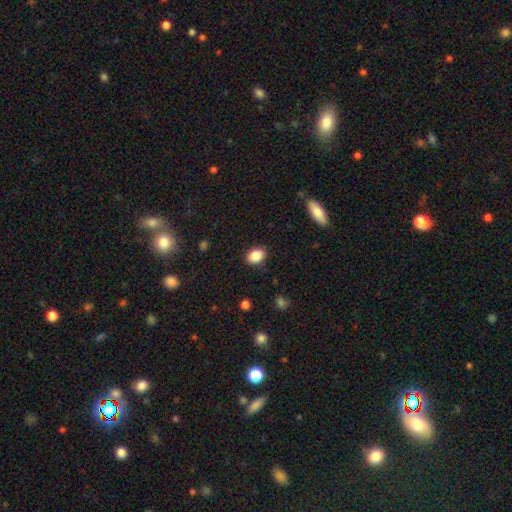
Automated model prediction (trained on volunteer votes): smooth-or-featured: smooth: 87% | star or artifact: 8% | featured or disk: 4%
  how-rounded: in between: 73% | round: 26% | cigar-shaped: 1%
  merging: none: 87% | minor disturbance: 10% | major disturbance: 2% | merger: 1%